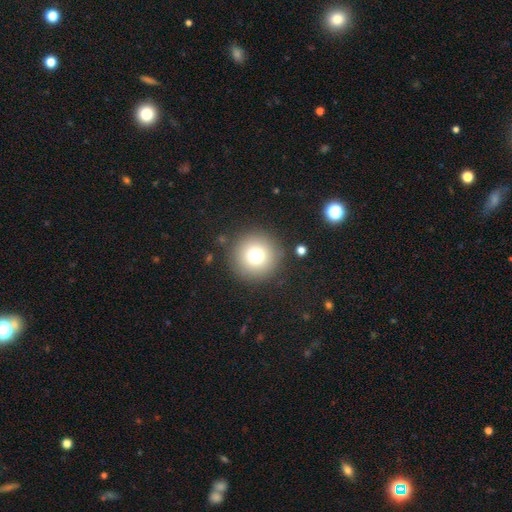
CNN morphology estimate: type=smooth (75%); roundness=round (96%); merging=none (89%).